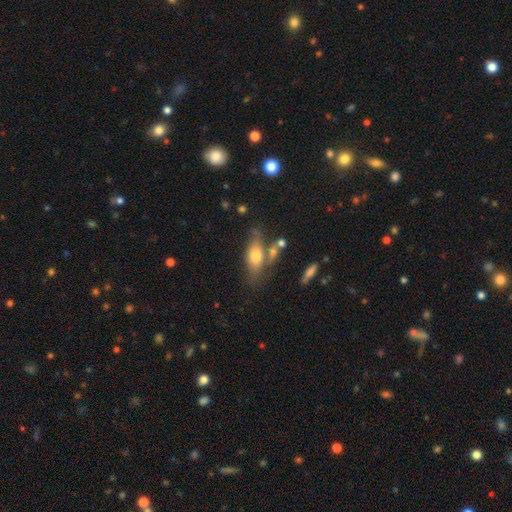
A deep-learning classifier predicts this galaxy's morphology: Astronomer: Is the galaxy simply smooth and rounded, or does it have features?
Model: smooth — 67%.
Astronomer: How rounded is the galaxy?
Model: in between — 78%.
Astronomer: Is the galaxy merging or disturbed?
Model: none — 54%.